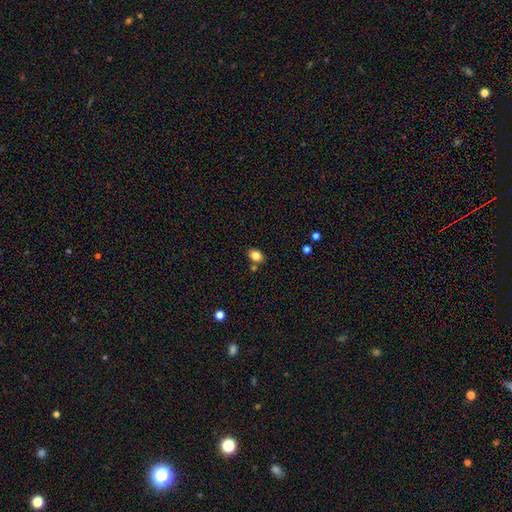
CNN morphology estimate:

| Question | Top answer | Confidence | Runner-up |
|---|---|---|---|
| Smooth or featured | smooth | 83% | star or artifact (11%) |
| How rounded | in between | 59% | round (40%) |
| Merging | none | 78% | minor disturbance (12%) |